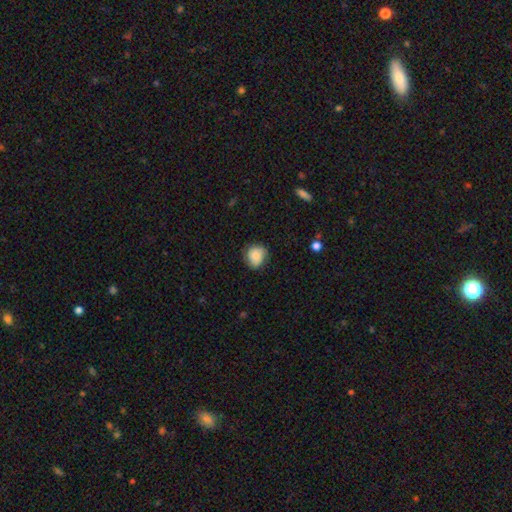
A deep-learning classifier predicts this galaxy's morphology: Overall: smooth (82%). How rounded: round (70%). Merging: none (70%).